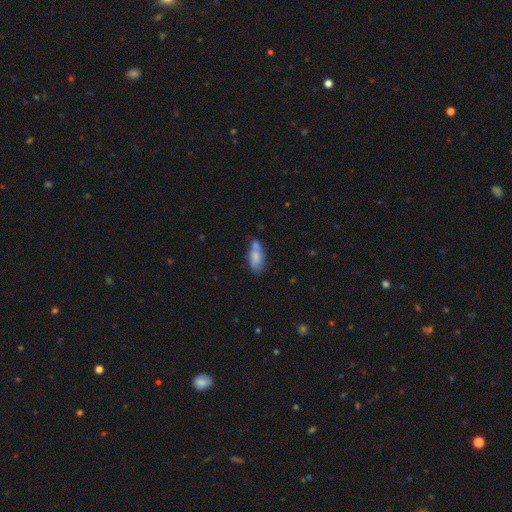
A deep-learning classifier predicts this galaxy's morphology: Smooth or featured?
  - smooth: 71% *
  - featured or disk: 21%
  - star or artifact: 8%
How rounded?
  - in between: 82% *
  - cigar-shaped: 15%
  - round: 3%
Merging?
  - none: 43% *
  - merger: 28%
  - minor disturbance: 22%
  - major disturbance: 7%